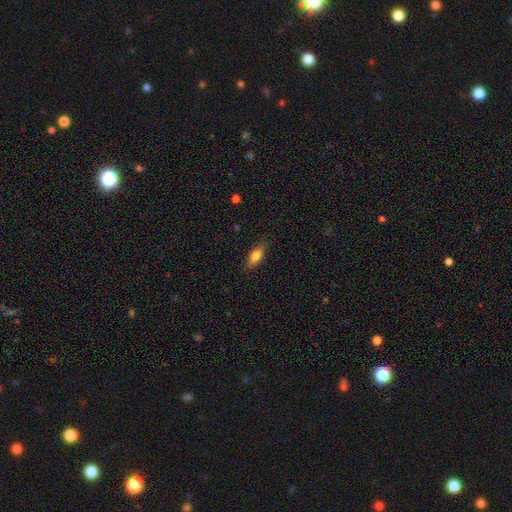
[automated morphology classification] A smooth galaxy with no disk features (76%) that is in between round and cigar-shaped (71%).

Vote fractions:
- Smooth or featured? smooth: 76% / featured or disk: 16% / star or artifact: 7%
- How rounded? in between: 71% / cigar-shaped: 25% / round: 4%
- Merging? none: 83% / minor disturbance: 13% / major disturbance: 3% / merger: 1%